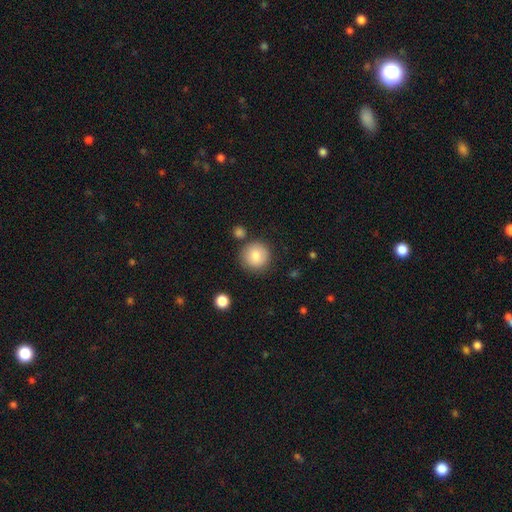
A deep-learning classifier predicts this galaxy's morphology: smooth 82%, featured or disk 9%, star or artifact 9%. Down the decision tree: how rounded — round (94%); merging — none (83%).